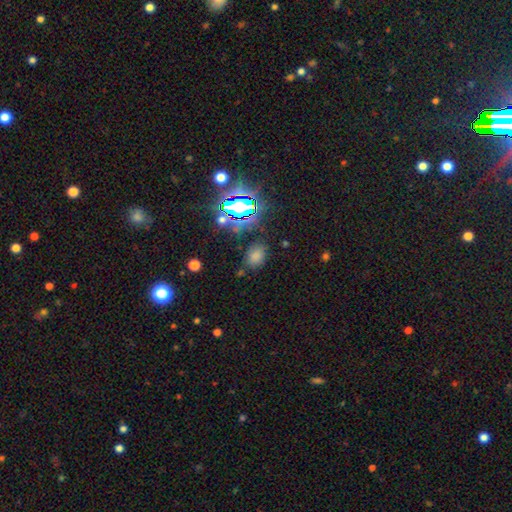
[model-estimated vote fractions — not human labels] smooth_or_featured: smooth (p=0.66) [alt: star or artifact p=0.27]
how_rounded: in between (p=0.74) [alt: round p=0.24]
merging: none (p=0.76) [alt: minor disturbance p=0.15]